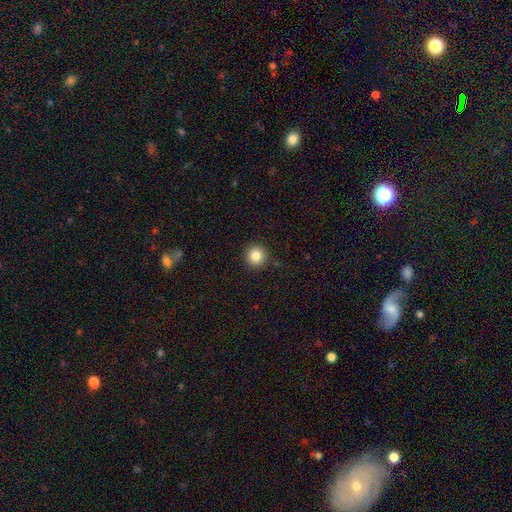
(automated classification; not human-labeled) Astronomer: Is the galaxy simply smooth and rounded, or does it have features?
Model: smooth — 84%.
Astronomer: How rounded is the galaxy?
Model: round — 95%.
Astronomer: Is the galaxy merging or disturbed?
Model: none — 91%.